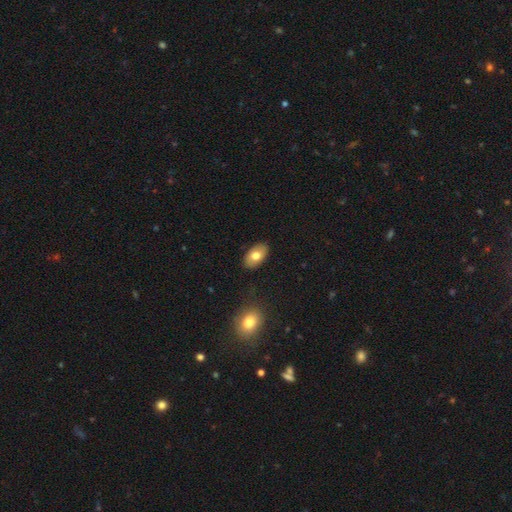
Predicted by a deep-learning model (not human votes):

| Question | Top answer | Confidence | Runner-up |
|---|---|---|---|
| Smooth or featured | smooth | 76% | featured or disk (17%) |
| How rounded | in between | 93% | round (6%) |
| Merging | none | 87% | minor disturbance (9%) |